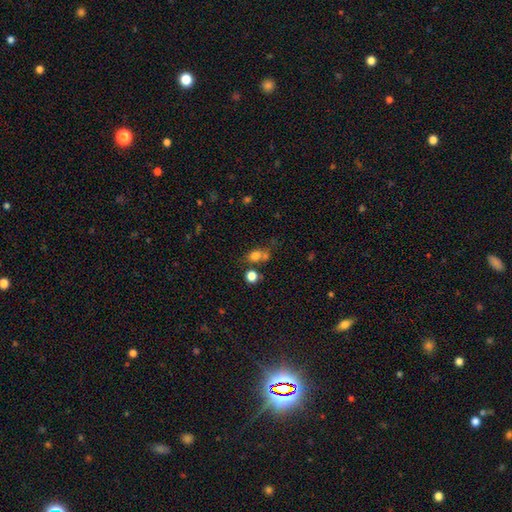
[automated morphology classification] smooth-or-featured: smooth: 73% | star or artifact: 16% | featured or disk: 11%
  how-rounded: round: 61% | in between: 37% | cigar-shaped: 2%
  merging: none: 49% | merger: 32% | minor disturbance: 13% | major disturbance: 7%